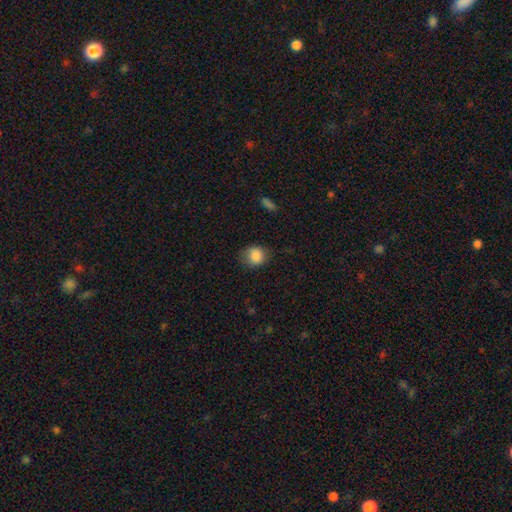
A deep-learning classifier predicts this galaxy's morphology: A smooth galaxy with no disk features (86%) that is round (73%).

Vote fractions:
- Smooth or featured? smooth: 86% / star or artifact: 9% / featured or disk: 5%
- How rounded? round: 73% / in between: 26% / cigar-shaped: 1%
- Merging? none: 70% / minor disturbance: 23% / major disturbance: 6% / merger: 1%